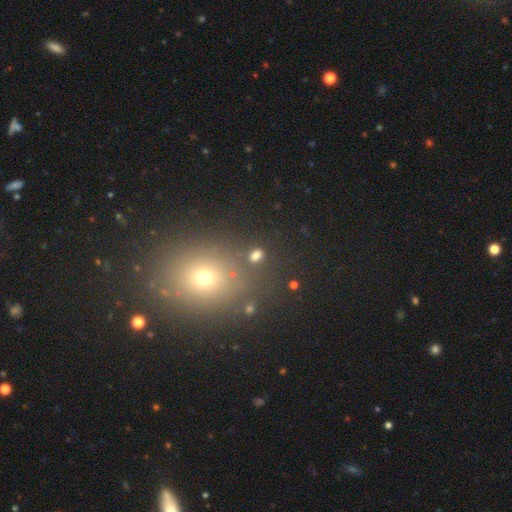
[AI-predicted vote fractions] Smooth or featured?
  - smooth: 75% *
  - star or artifact: 19%
  - featured or disk: 6%
How rounded?
  - round: 50% *
  - in between: 48%
  - cigar-shaped: 2%
Merging?
  - none: 81% *
  - minor disturbance: 9%
  - merger: 6%
  - major disturbance: 4%